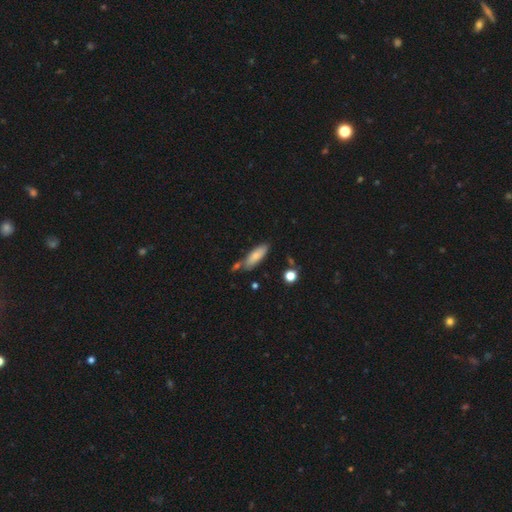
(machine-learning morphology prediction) The model was most divided on "how rounded": in between: 56%, cigar-shaped: 42%, round: 2%. More confident: smooth or featured — smooth (75%); merging — none (62%).